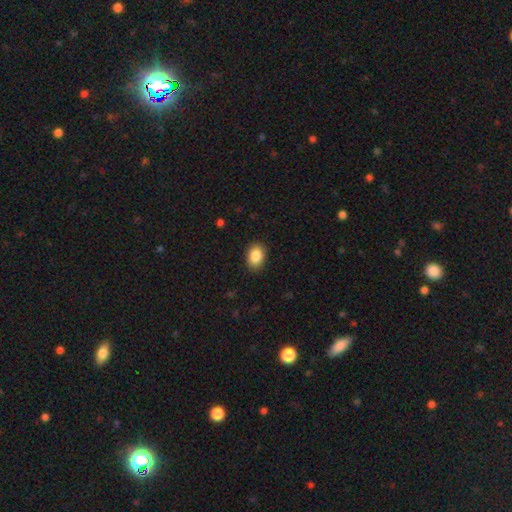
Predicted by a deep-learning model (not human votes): A smooth galaxy with no disk features (87%) that is in between round and cigar-shaped (78%). Merging: none (89%).